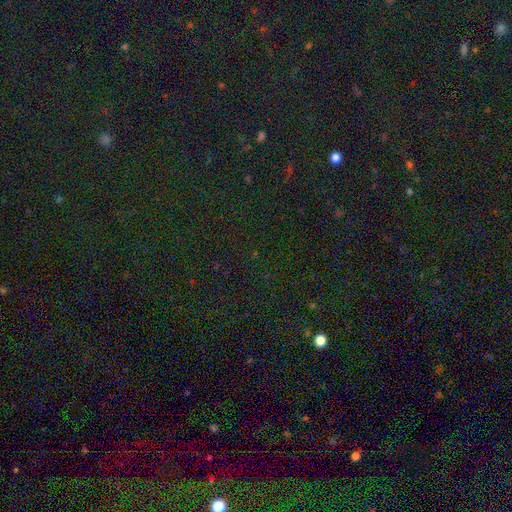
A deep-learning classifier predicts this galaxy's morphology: A star or artifact, not a galaxy (82%).

Vote fractions:
- Smooth or featured? star or artifact: 82% / smooth: 11% / featured or disk: 8%